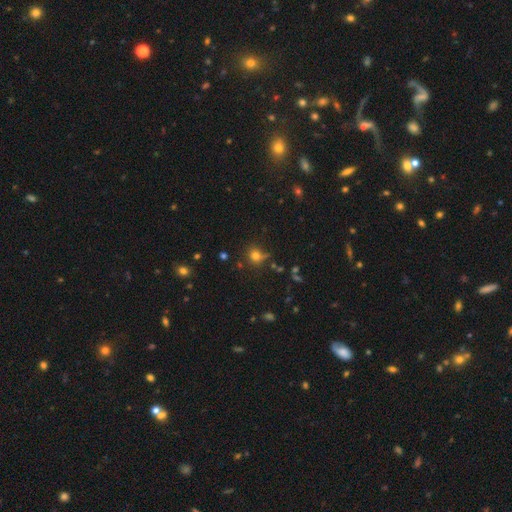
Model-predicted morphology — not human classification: A smooth galaxy with no disk features (73%) that is round (84%). Merging: none (66%).